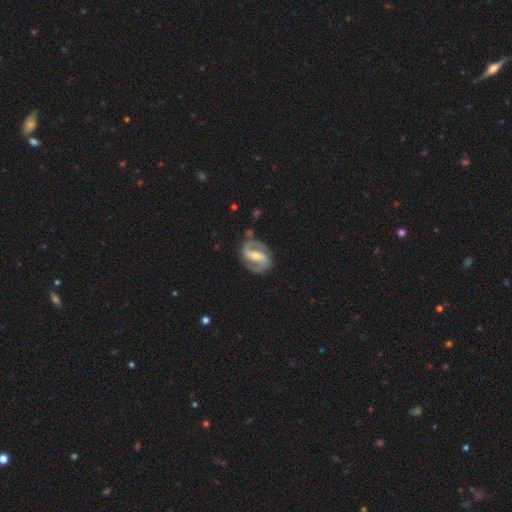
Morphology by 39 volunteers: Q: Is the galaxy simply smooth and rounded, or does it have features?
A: featured or disk — 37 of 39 (95%).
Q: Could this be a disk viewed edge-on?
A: no — 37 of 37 (100%).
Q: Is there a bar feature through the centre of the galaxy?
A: strong — 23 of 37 (62%).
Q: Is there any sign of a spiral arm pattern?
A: yes — 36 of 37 (97%).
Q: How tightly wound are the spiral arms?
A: medium — 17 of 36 (47%).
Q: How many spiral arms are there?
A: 2 — 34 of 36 (94%).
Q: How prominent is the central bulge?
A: moderate — 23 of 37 (62%).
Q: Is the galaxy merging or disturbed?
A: none — 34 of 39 (87%).